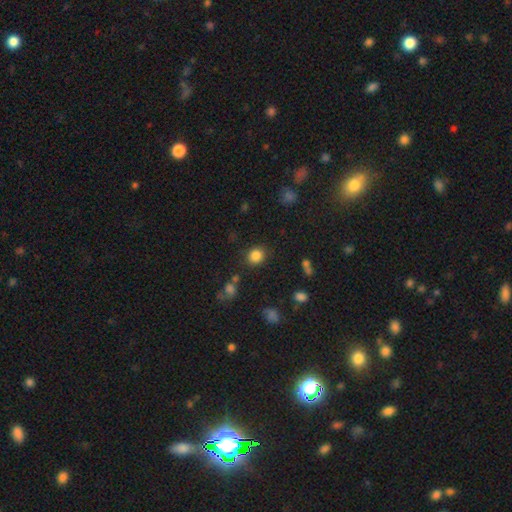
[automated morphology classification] smooth-or-featured: smooth: 84% | star or artifact: 11% | featured or disk: 5%
  how-rounded: round: 77% | in between: 22% | cigar-shaped: 1%
  merging: none: 84% | minor disturbance: 9% | major disturbance: 3% | merger: 3%